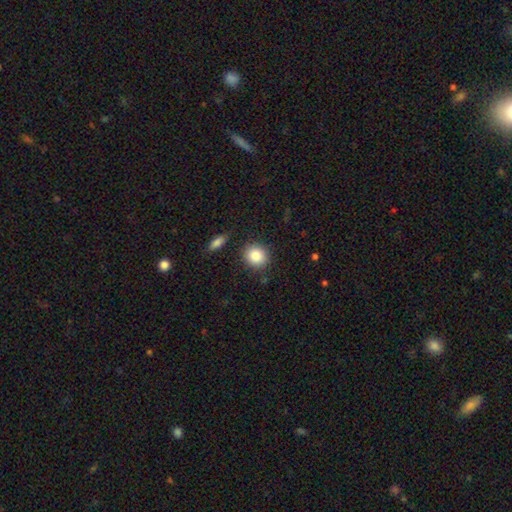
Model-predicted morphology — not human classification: Smooth or featured? smooth (85%)
How rounded? round (82%)
Merging? none (87%)